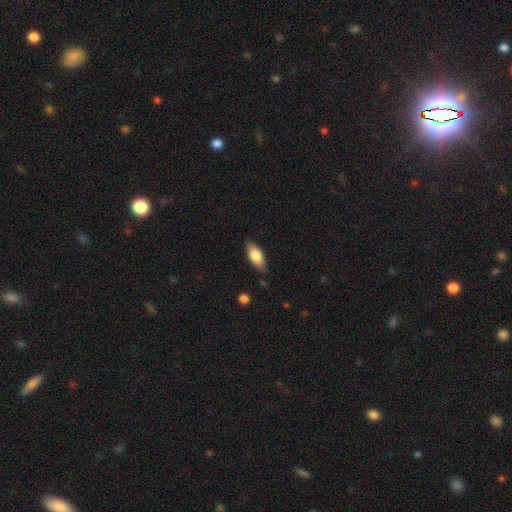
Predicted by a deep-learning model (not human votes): This is likely a smooth galaxy (77%). How rounded: clearly in between (87%). Merging: clearly none (81%).